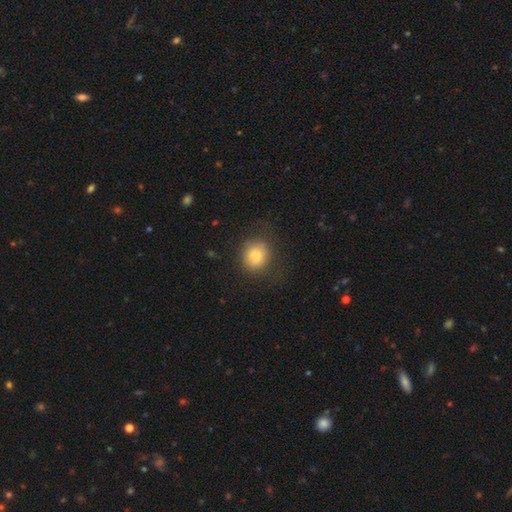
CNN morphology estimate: type=smooth (79%); roundness=round (79%); merging=none (76%).